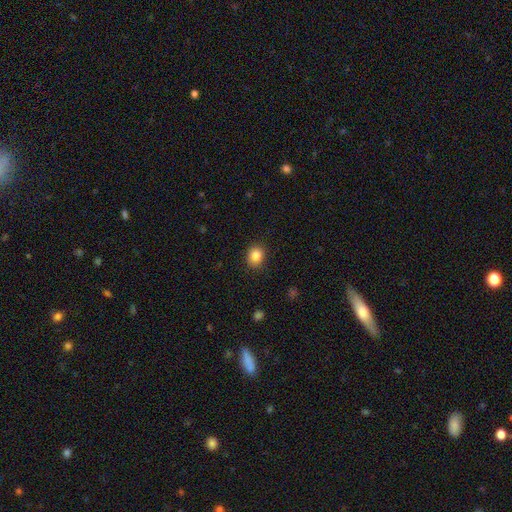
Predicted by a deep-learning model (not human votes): This is clearly a smooth galaxy (85%). How rounded: likely round (63%). Merging: clearly none (87%).